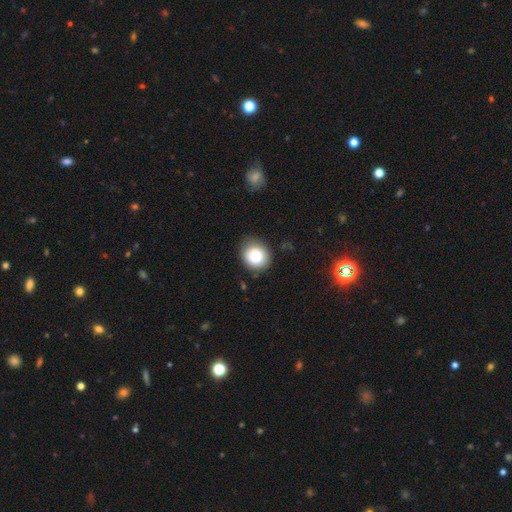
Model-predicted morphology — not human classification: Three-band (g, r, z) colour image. It shows a smooth galaxy with no disk features (81%) that is round (76%). Merging: none (79%).